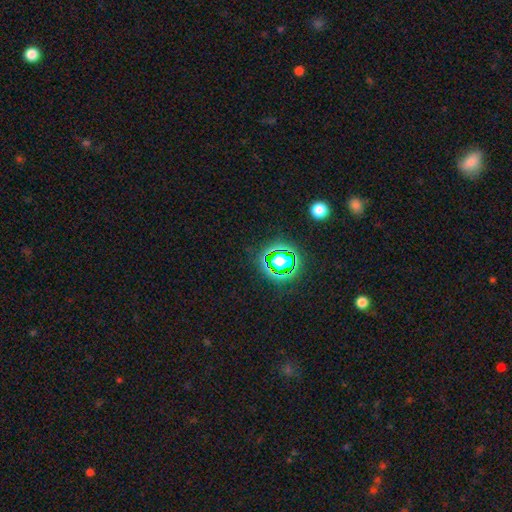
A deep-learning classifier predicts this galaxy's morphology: A star or artifact, not a galaxy (75%).